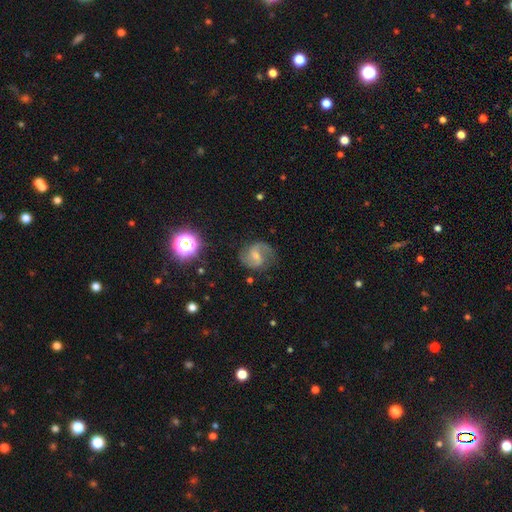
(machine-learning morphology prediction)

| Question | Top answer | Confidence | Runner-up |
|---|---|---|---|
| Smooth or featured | featured or disk | 77% | smooth (14%) |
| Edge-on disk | no | 98% | yes (2%) |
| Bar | weak | 55% | no (23%) |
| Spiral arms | yes | 94% | no (6%) |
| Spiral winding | medium | 53% | loose (33%) |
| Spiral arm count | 2 | 86% | 1 (6%) |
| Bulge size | small | 47% | moderate (34%) |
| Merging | none | 72% | minor disturbance (17%) |